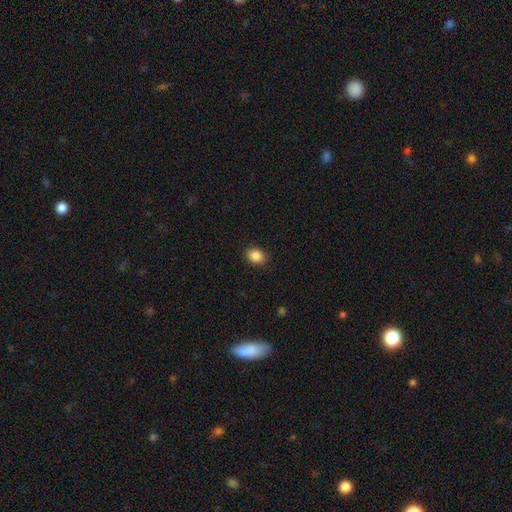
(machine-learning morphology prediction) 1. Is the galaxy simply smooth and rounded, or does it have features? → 87% smooth, 9% star or artifact, 4% featured or disk.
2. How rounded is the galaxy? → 53% in between, 46% round, 1% cigar-shaped.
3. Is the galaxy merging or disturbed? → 89% none, 8% minor disturbance, 2% major disturbance, 1% merger.